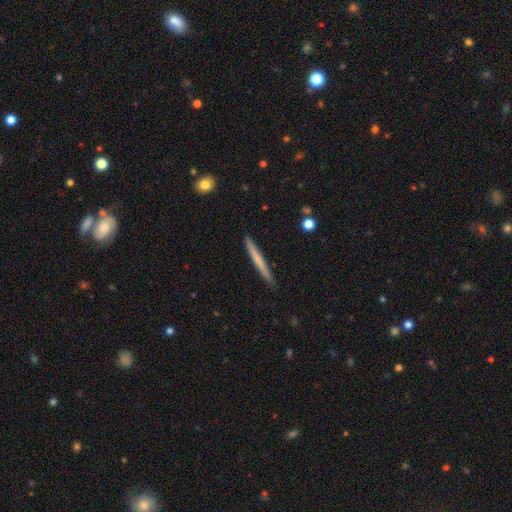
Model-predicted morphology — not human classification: smooth_or_featured: smooth (p=0.54) [alt: featured or disk p=0.40]
how_rounded: cigar-shaped (p=0.97) [alt: in between p=0.02]
merging: none (p=0.90) [alt: minor disturbance p=0.08]